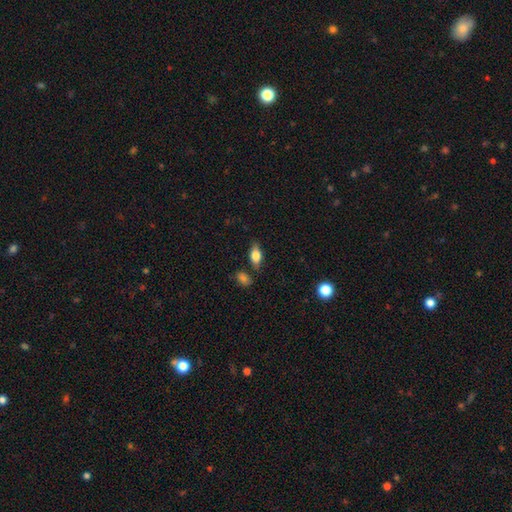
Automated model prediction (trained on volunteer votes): This appears to be a smooth galaxy with no disk features (72%) that is in between round and cigar-shaped (82%). Merging: none (74%).